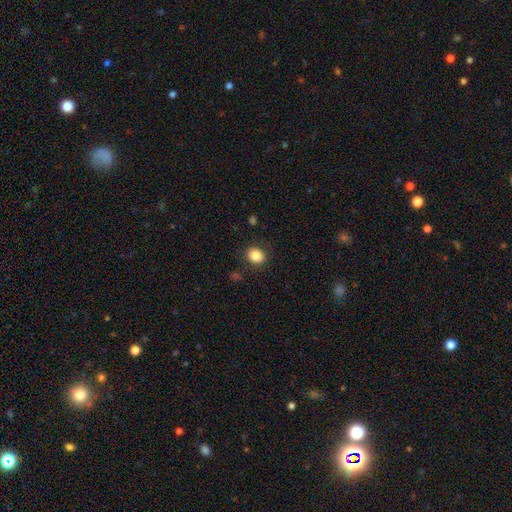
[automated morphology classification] The model was most divided on "how rounded": round: 69%, in between: 31%, cigar-shaped: 1%. More confident: merging — none (86%); smooth or featured — smooth (85%).